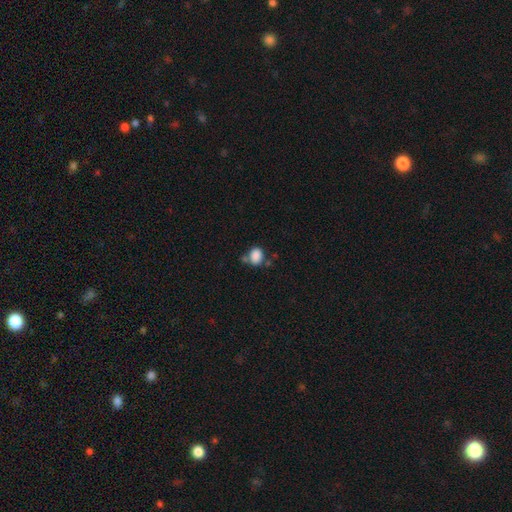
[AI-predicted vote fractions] Morphology: type=smooth (85%); roundness=in between (59%); merging=none (56%).